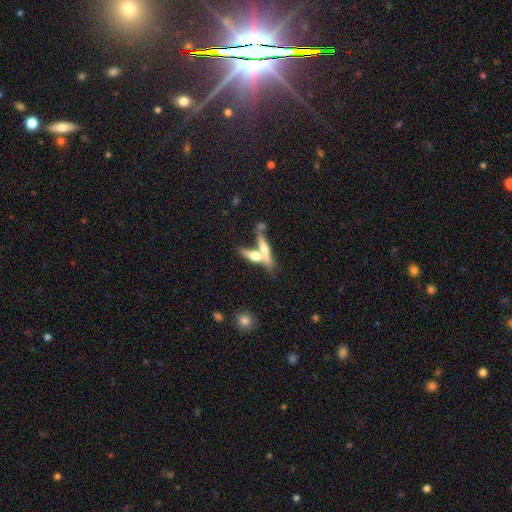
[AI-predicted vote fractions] smooth_or_featured: featured or disk (p=0.47) [alt: smooth p=0.46]
merging: merger (p=0.51) [alt: none p=0.35]